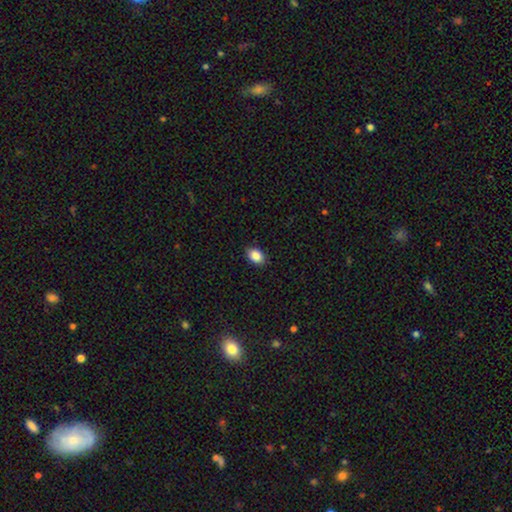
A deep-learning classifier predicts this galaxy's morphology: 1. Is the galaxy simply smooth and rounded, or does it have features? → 87% smooth, 8% star or artifact, 5% featured or disk.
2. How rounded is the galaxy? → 80% in between, 19% round, 1% cigar-shaped.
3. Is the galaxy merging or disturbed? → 89% none, 8% minor disturbance, 2% major disturbance, 1% merger.